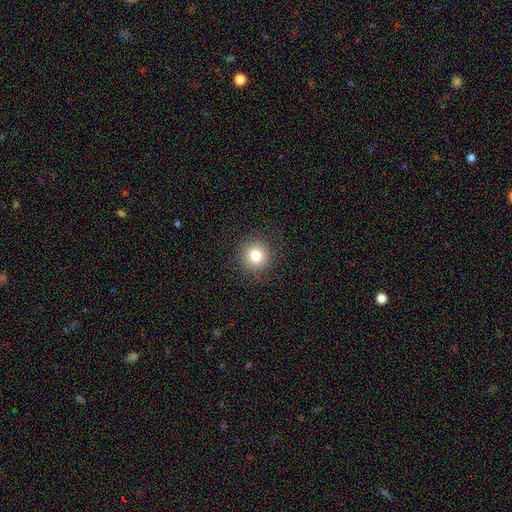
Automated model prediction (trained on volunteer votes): Smooth or featured: smooth — 79% (star or artifact — 13%)
How rounded: round — 93% (in between — 6%)
Merging: none — 91% (minor disturbance — 6%)